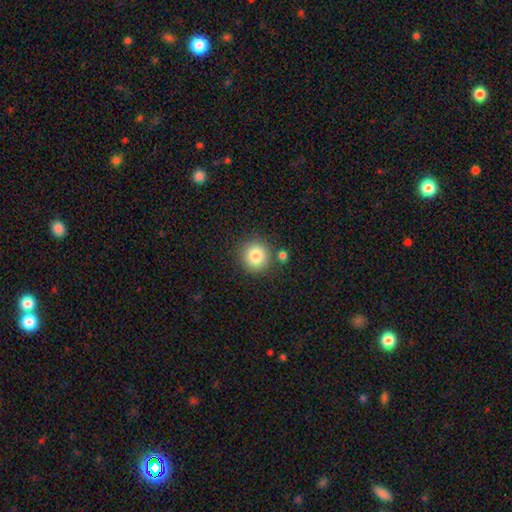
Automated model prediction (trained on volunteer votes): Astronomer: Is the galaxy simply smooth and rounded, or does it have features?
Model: smooth — 83%.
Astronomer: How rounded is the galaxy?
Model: round — 92%.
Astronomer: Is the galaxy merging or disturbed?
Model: none — 82%.